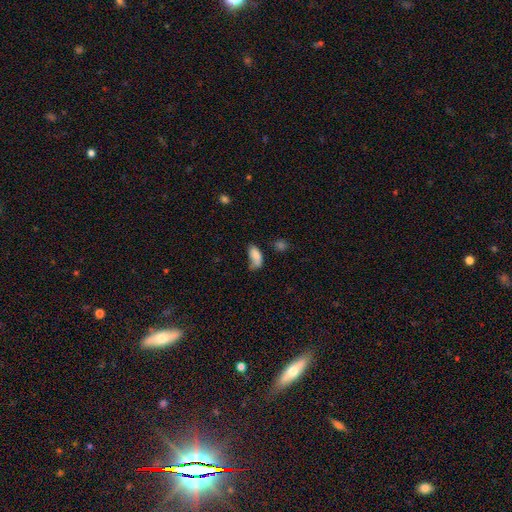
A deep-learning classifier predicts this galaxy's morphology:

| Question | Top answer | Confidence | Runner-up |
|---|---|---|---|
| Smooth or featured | smooth | 80% | featured or disk (10%) |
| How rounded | in between | 89% | cigar-shaped (7%) |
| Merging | none | 36% | minor disturbance (31%) |